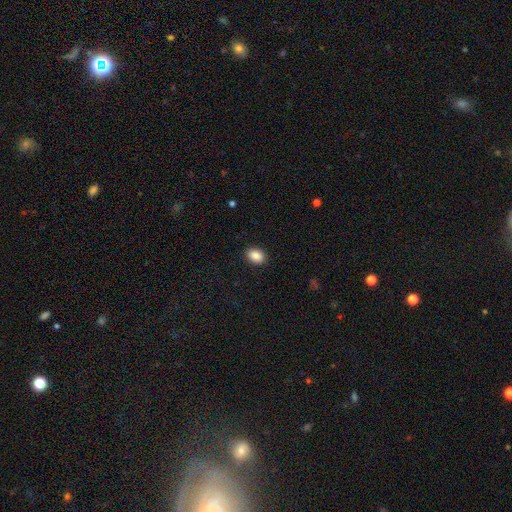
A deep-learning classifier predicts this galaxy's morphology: Smooth or featured: smooth — 88% (star or artifact — 8%)
How rounded: in between — 74% (round — 25%)
Merging: none — 90% (minor disturbance — 7%)